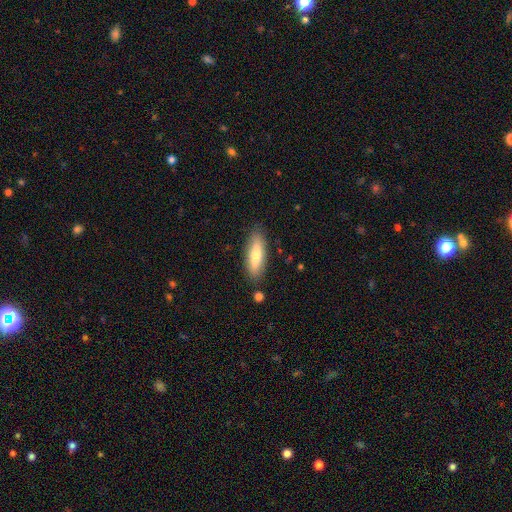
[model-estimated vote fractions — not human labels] A smooth galaxy with no disk features (69%) that is in between round and cigar-shaped (54%). Merging: none (83%).